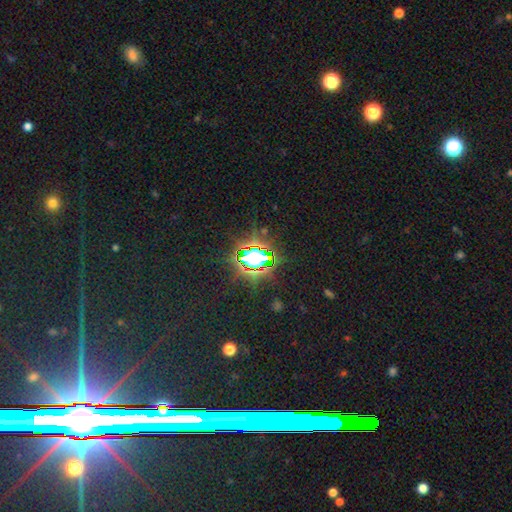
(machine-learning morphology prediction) Smooth or featured?
  - star or artifact: 76% *
  - smooth: 14%
  - featured or disk: 10%